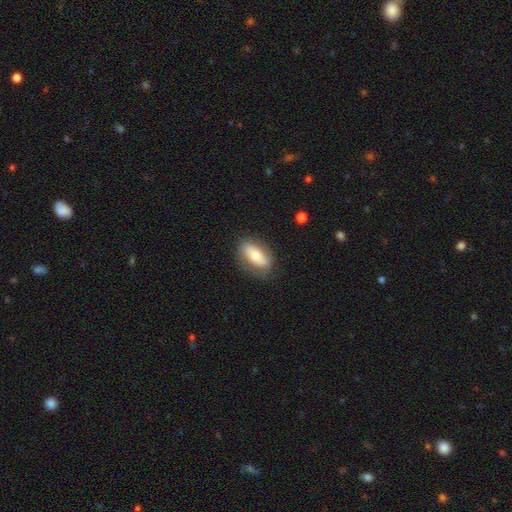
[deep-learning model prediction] smooth_or_featured: smooth (p=0.62) [alt: featured or disk p=0.31]
how_rounded: in between (p=0.87) [alt: cigar-shaped p=0.08]
merging: none (p=0.76) [alt: minor disturbance p=0.17]